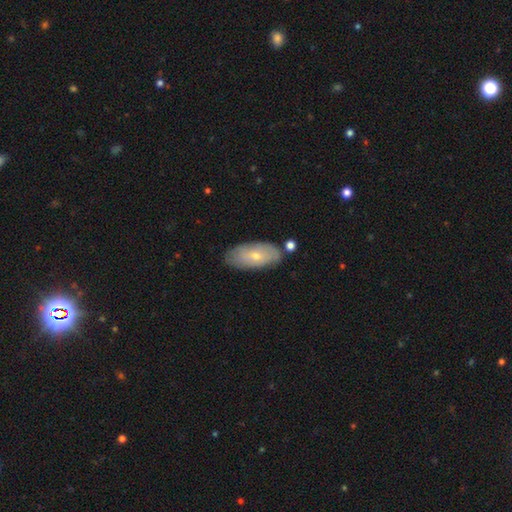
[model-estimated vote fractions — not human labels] smooth-or-featured: smooth: 60% | featured or disk: 34% | star or artifact: 6%
  how-rounded: in between: 91% | cigar-shaped: 6% | round: 3%
  merging: none: 76% | minor disturbance: 16% | merger: 4% | major disturbance: 3%